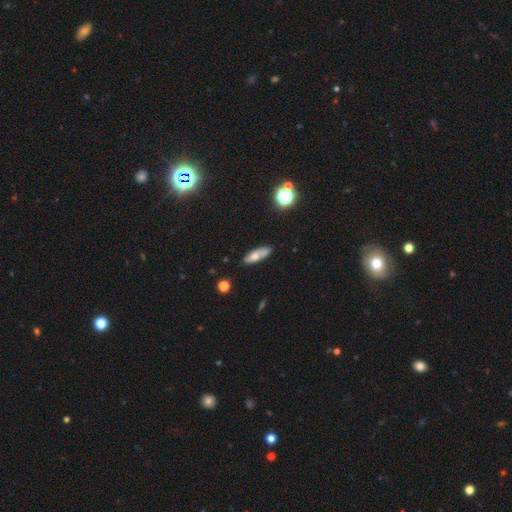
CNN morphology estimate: The model was most divided on "how rounded": in between: 57%, cigar-shaped: 40%, round: 3%. More confident: merging — none (73%); smooth or featured — smooth (62%).